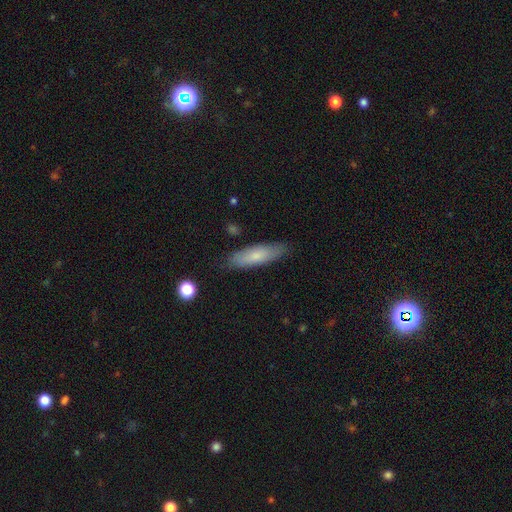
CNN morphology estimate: A smooth galaxy with no disk features (74%) that is cigar-shaped (59%). Merging: none (84%).